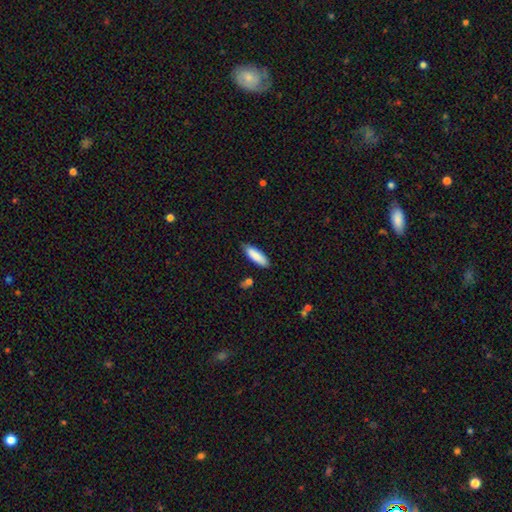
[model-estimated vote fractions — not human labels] Q: Smooth or featured?
A: smooth (87%); runner-up: featured or disk (7%)
Q: How rounded?
A: in between (53%); runner-up: cigar-shaped (45%)
Q: Merging?
A: none (81%); runner-up: minor disturbance (14%)